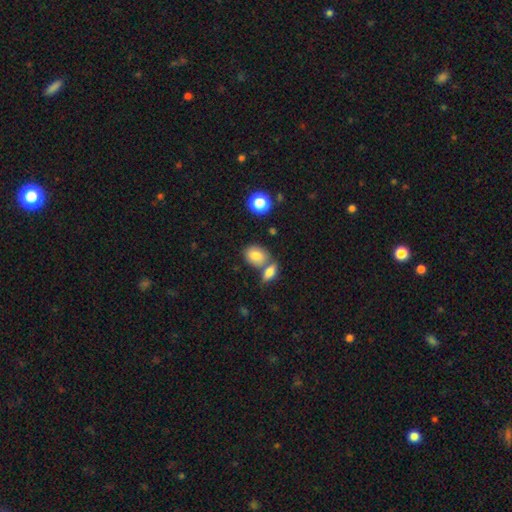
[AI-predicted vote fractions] This appears to be a smooth galaxy with no disk features (81%) that is in between round and cigar-shaped (66%). Merging: none (52%).